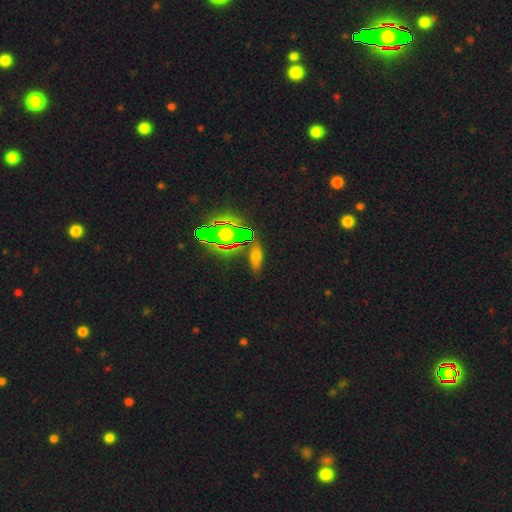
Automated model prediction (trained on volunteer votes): This appears to be a smooth galaxy with no disk features (48%). Merging: none (75%).